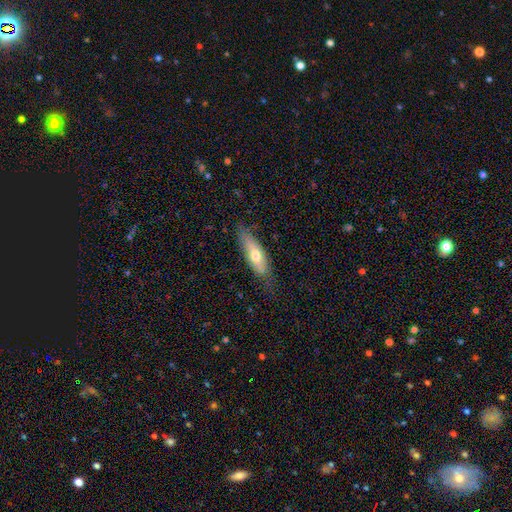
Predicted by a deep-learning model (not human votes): Morphology: type=smooth (58%); roundness=cigar-shaped (50%); merging=none (71%).